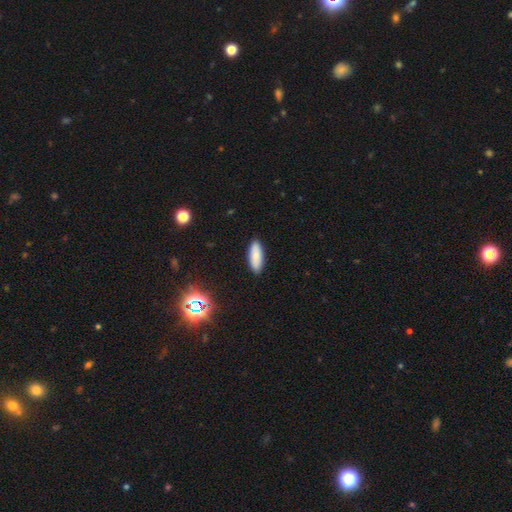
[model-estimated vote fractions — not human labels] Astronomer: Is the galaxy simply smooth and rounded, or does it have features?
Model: smooth — 82%.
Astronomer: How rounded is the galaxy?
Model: in between — 64%.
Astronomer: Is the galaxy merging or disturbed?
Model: none — 90%.